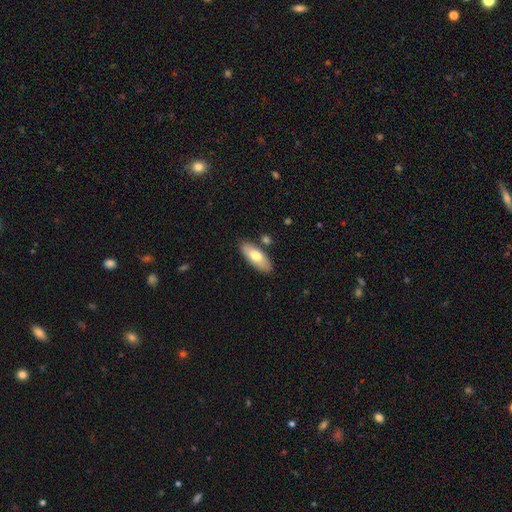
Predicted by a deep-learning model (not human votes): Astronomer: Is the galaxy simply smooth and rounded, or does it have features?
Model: smooth — 69%.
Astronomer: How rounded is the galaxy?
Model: in between — 80%.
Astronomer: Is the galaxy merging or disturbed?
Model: none — 81%.